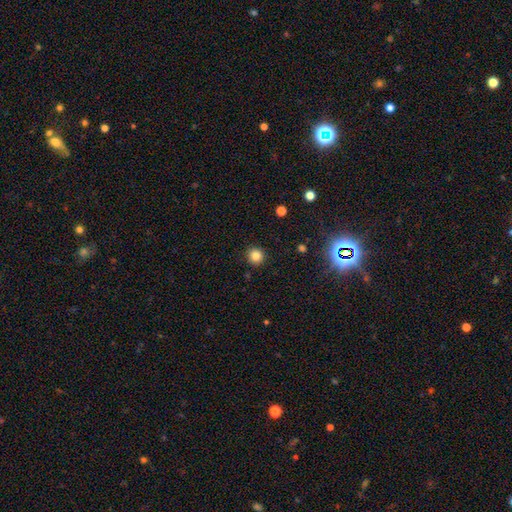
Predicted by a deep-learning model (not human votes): Overall: smooth (83%). How rounded: round (94%). Merging: none (92%).